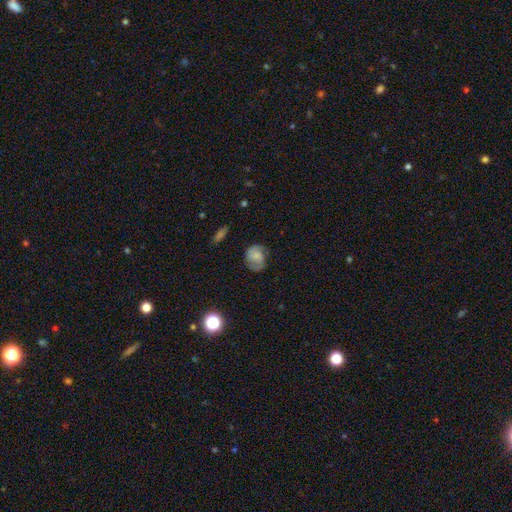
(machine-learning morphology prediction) Smooth or featured?
  - smooth: 56% *
  - featured or disk: 34%
  - star or artifact: 10%
How rounded?
  - round: 57% *
  - in between: 42%
  - cigar-shaped: 1%
Merging?
  - none: 65% *
  - minor disturbance: 24%
  - major disturbance: 9%
  - merger: 2%